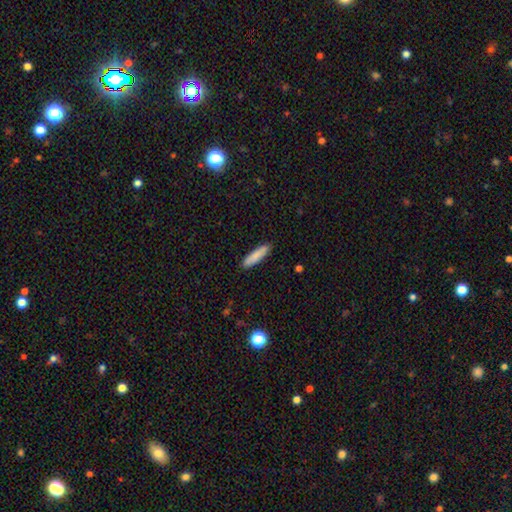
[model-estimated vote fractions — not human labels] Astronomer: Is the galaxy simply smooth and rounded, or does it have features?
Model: smooth — 86%.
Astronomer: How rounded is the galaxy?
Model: cigar-shaped — 81%.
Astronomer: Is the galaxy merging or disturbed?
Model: none — 90%.